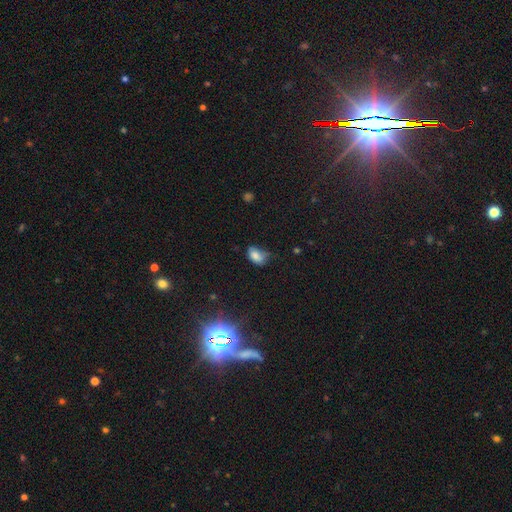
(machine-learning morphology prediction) This appears to be a smooth galaxy with no disk features (77%) that is in between round and cigar-shaped (86%). Merging: none (41%).